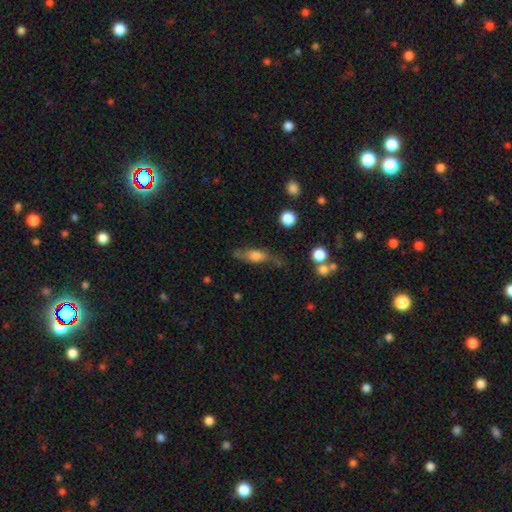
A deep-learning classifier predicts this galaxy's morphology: This appears to be a smooth galaxy with no disk features (59%) that is in between round and cigar-shaped (56%). Merging: none (57%).